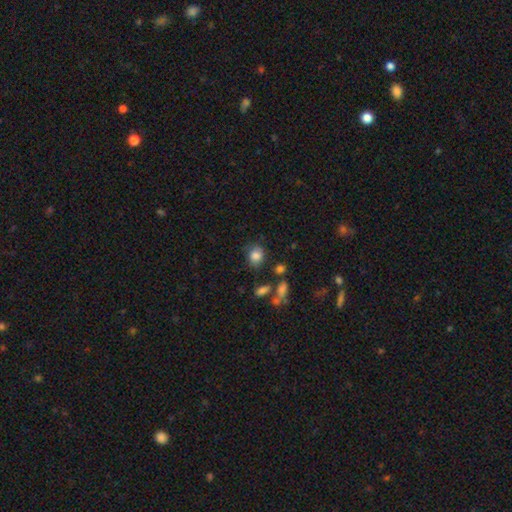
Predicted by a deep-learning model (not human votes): smooth-or-featured: smooth: 83% | star or artifact: 10% | featured or disk: 7%
  how-rounded: round: 53% | in between: 45% | cigar-shaped: 1%
  merging: none: 71% | minor disturbance: 18% | major disturbance: 6% | merger: 5%